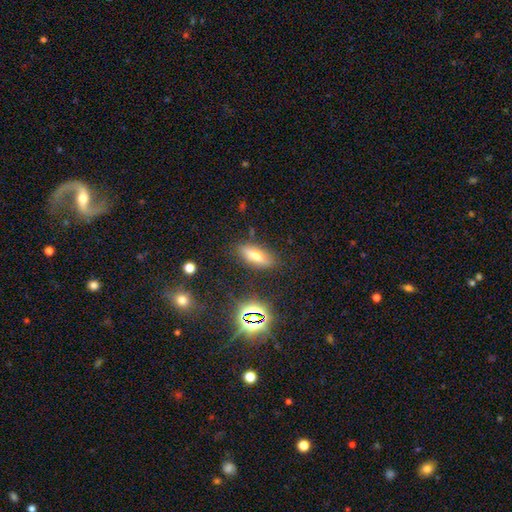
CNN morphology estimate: A smooth galaxy with no disk features (53%) that is in between round and cigar-shaped (66%).

Vote fractions:
- Smooth or featured? smooth: 53% / featured or disk: 32% / star or artifact: 15%
- How rounded? in between: 66% / cigar-shaped: 29% / round: 5%
- Merging? none: 82% / minor disturbance: 12% / major disturbance: 3% / merger: 3%